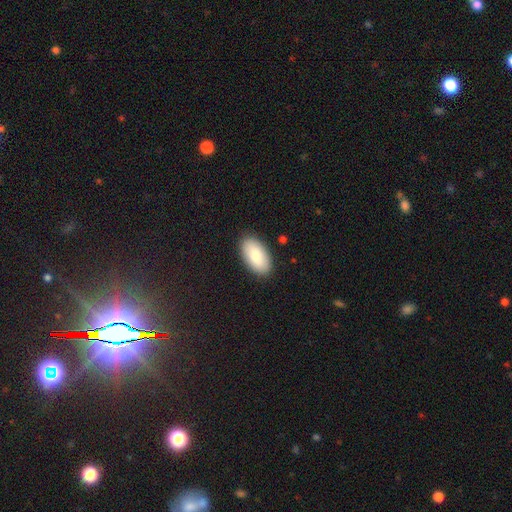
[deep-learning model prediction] The model was most divided on "smooth or featured": smooth: 83%, featured or disk: 11%, star or artifact: 6%. More confident: how rounded — in between (95%); merging — none (88%).